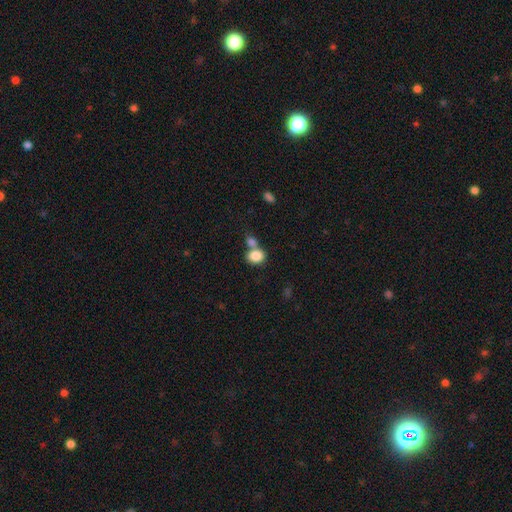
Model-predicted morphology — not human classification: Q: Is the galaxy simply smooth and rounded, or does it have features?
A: smooth — 85%.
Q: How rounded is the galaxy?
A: in between — 63%.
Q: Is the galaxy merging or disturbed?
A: none — 44%.